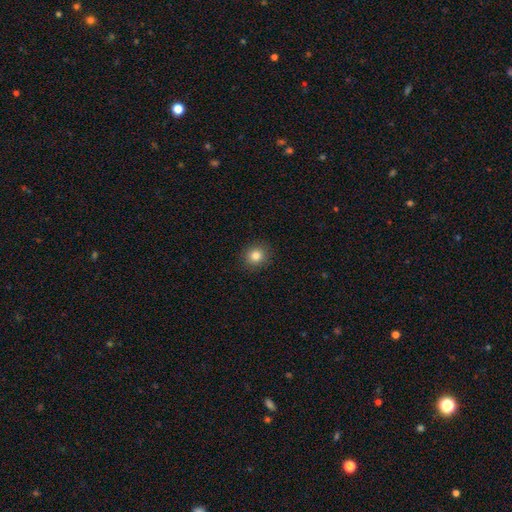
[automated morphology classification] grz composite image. It shows a smooth galaxy with no disk features (83%) that is round (84%). Merging: none (90%).